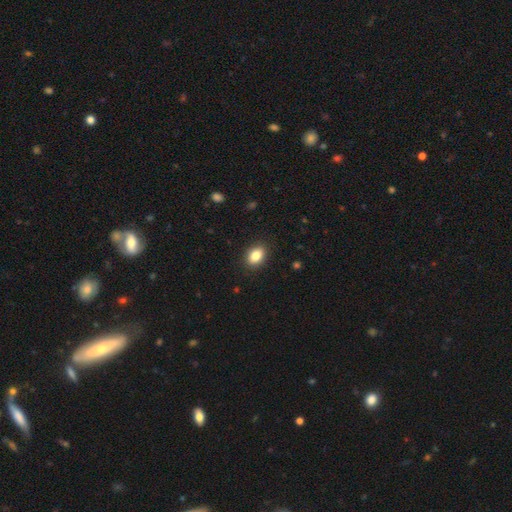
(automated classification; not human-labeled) Smooth or featured?
  - smooth: 85% *
  - star or artifact: 8%
  - featured or disk: 6%
How rounded?
  - in between: 78% *
  - round: 21%
  - cigar-shaped: 1%
Merging?
  - none: 89% *
  - minor disturbance: 8%
  - major disturbance: 2%
  - merger: 1%